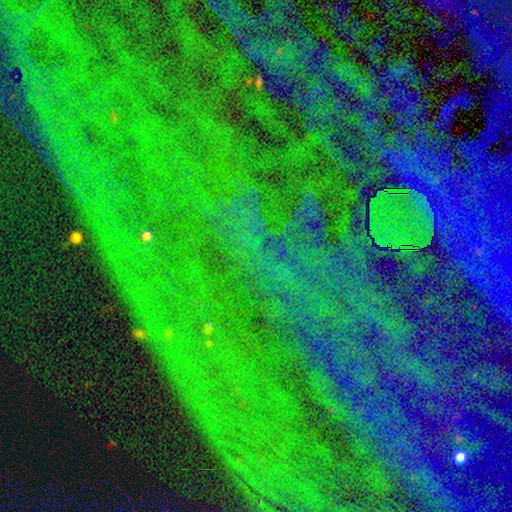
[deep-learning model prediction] The model was most divided on "smooth or featured": star or artifact: 86%, featured or disk: 7%, smooth: 6%.